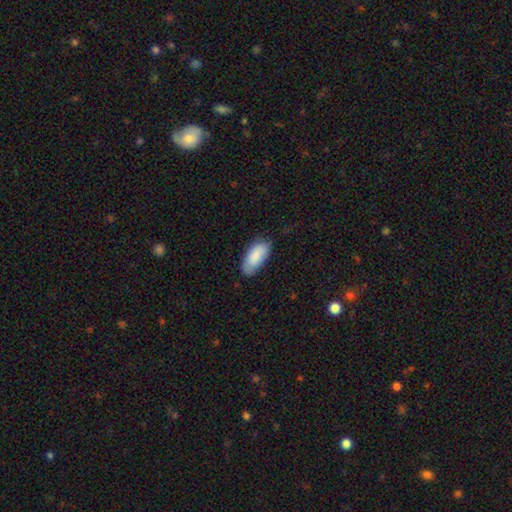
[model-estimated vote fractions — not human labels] A smooth galaxy with no disk features (86%) that is in between round and cigar-shaped (89%).

Vote fractions:
- Smooth or featured? smooth: 86% / featured or disk: 8% / star or artifact: 6%
- How rounded? in between: 89% / cigar-shaped: 9% / round: 2%
- Merging? none: 74% / minor disturbance: 21% / major disturbance: 4% / merger: 1%